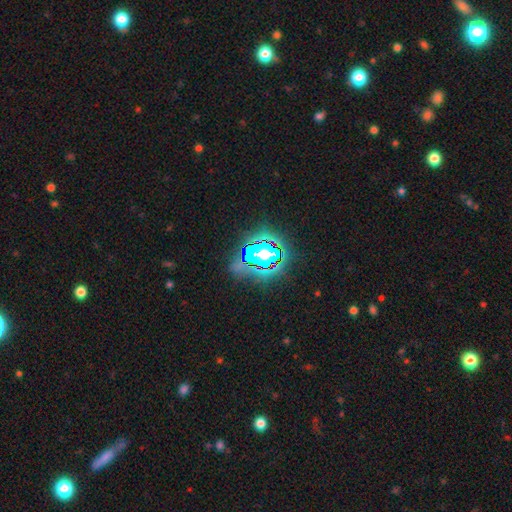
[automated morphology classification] A star or artifact, not a galaxy (72%).

Vote fractions:
- Smooth or featured? star or artifact: 72% / smooth: 15% / featured or disk: 14%